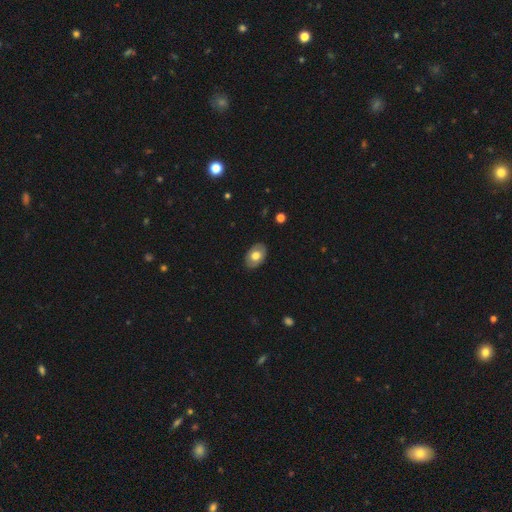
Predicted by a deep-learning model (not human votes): This appears to be a smooth galaxy with no disk features (67%) that is in between round and cigar-shaped (86%). Merging: none (87%).